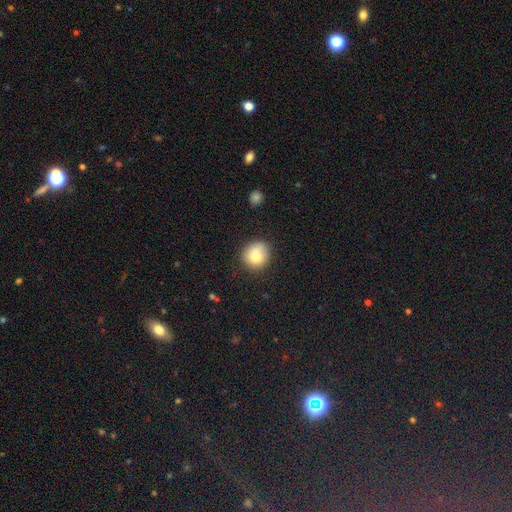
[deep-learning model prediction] A smooth galaxy with no disk features (79%) that is round (85%).

Vote fractions:
- Smooth or featured? smooth: 79% / featured or disk: 11% / star or artifact: 10%
- How rounded? round: 85% / in between: 14% / cigar-shaped: 1%
- Merging? none: 71% / minor disturbance: 19% / merger: 5% / major disturbance: 5%